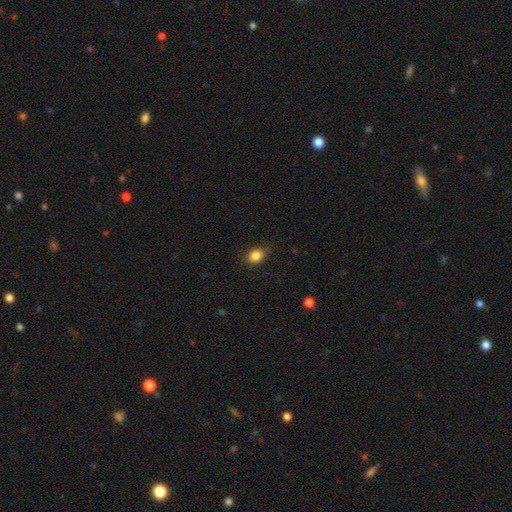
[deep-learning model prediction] This is clearly a smooth galaxy (86%). How rounded: likely in between (65%). Merging: clearly none (83%).